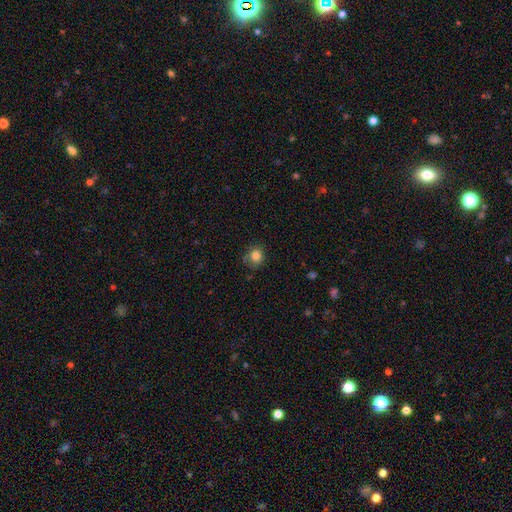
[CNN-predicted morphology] smooth 83%, star or artifact 11%, featured or disk 7%. Down the decision tree: how rounded — round (79%); merging — none (70%).